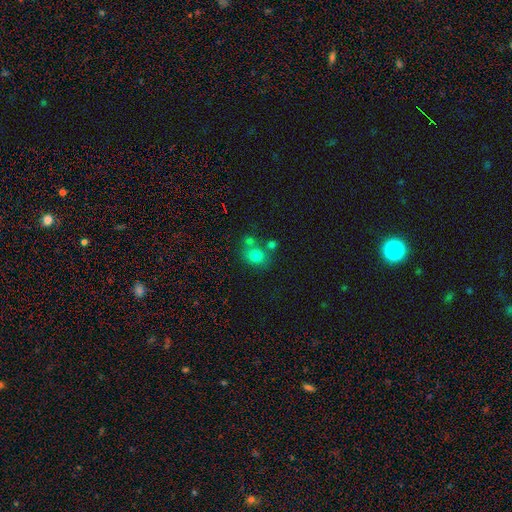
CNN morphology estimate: The model was most divided on "merging": none: 58%, merger: 25%, minor disturbance: 12%, major disturbance: 5%. More confident: smooth or featured — smooth (77%); how rounded — round (71%).